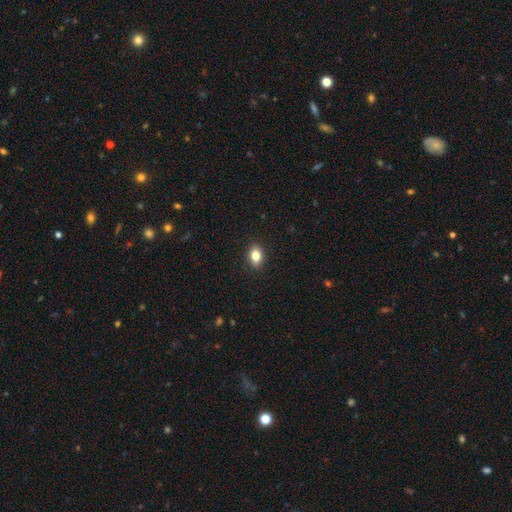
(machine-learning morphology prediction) smooth 82%, star or artifact 9%, featured or disk 9%. Down the decision tree: how rounded — in between (77%); merging — none (90%).